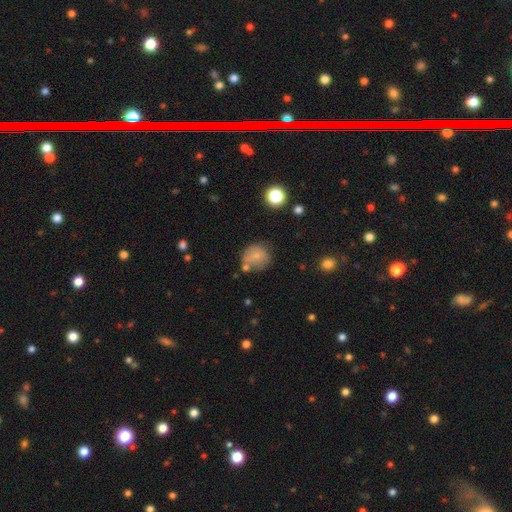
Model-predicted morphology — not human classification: smooth_or_featured: smooth (p=0.73) [alt: featured or disk p=0.15]
how_rounded: round (p=0.82) [alt: in between p=0.17]
merging: none (p=0.57) [alt: minor disturbance p=0.23]